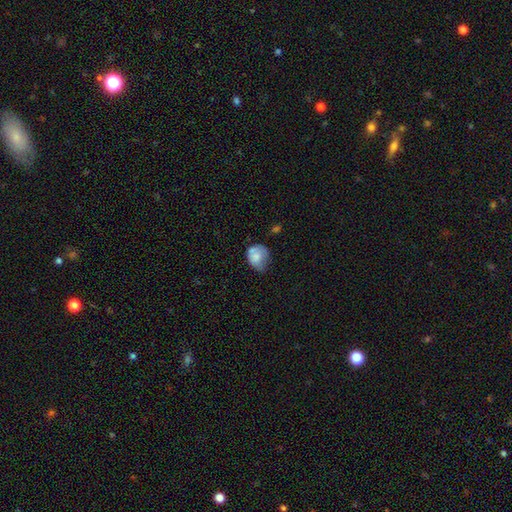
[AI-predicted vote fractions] The model was most divided on "merging": minor disturbance: 41%, none: 31%, major disturbance: 19%, merger: 9%. More confident: smooth or featured — smooth (73%); how rounded — round (55%).